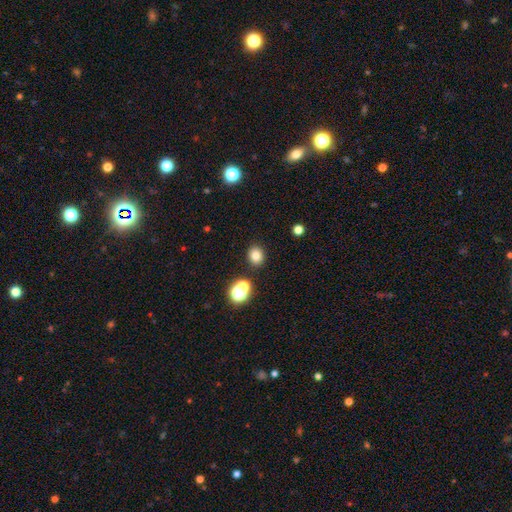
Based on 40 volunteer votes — Smooth or featured?
  - smooth: 82% *
  - featured or disk: 10%
  - star or artifact: 8%
How rounded?
  - round: 88% *
  - in between: 12%
  - cigar-shaped: 0%
Merging?
  - none: 78% *
  - merger: 11%
  - minor disturbance: 8%
  - major disturbance: 3%